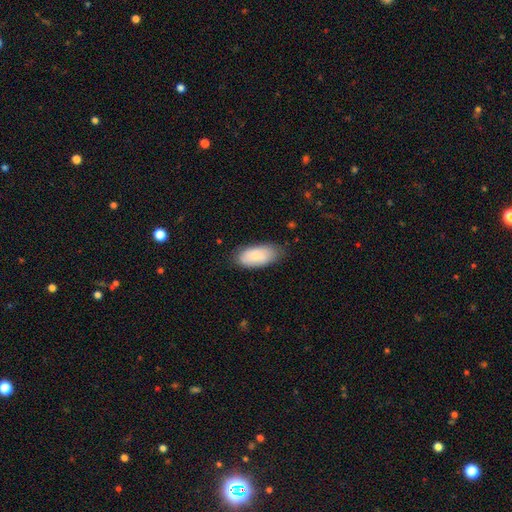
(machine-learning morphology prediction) smooth_or_featured: smooth (p=0.82) [alt: featured or disk p=0.12]
how_rounded: in between (p=0.92) [alt: cigar-shaped p=0.05]
merging: none (p=0.73) [alt: minor disturbance p=0.21]